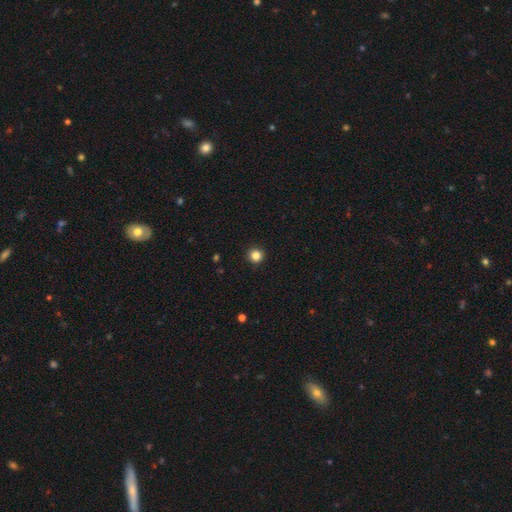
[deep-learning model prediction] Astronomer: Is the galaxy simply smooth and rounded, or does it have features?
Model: smooth — 84%.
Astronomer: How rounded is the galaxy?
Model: round — 95%.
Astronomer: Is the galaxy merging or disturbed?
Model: none — 93%.